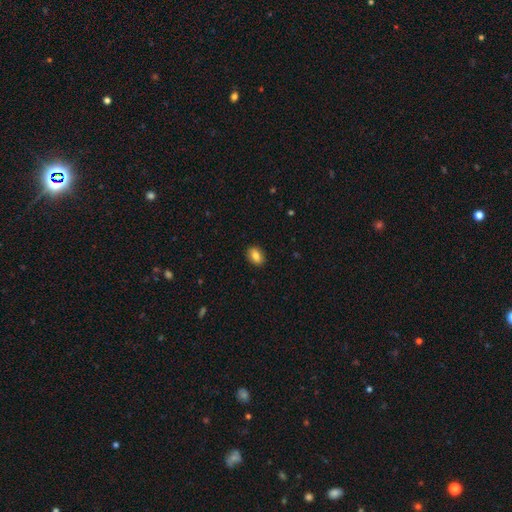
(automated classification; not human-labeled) Morphology: type=smooth (82%); roundness=in between (75%); merging=none (89%).